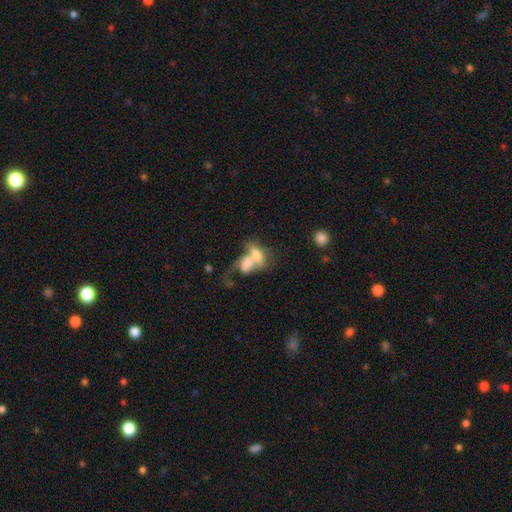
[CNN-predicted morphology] A smooth galaxy with no disk features (59%) that is in between round and cigar-shaped (80%). Merging: merger (71%).